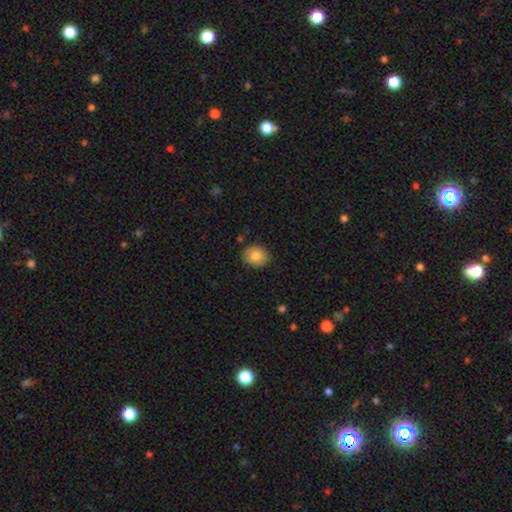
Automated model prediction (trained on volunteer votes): smooth-or-featured: smooth: 84% | featured or disk: 8% | star or artifact: 8%
  how-rounded: round: 60% | in between: 39% | cigar-shaped: 1%
  merging: none: 85% | minor disturbance: 11% | major disturbance: 2% | merger: 2%